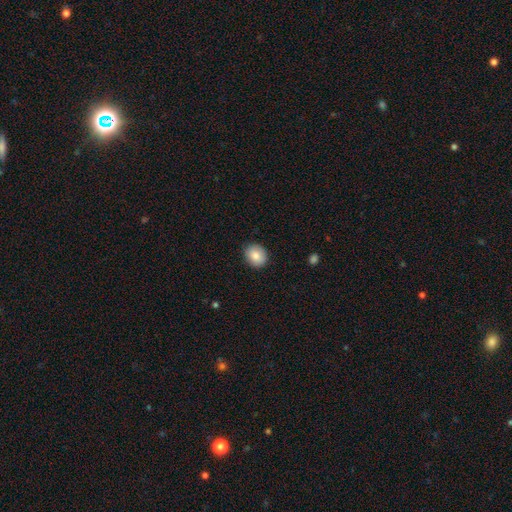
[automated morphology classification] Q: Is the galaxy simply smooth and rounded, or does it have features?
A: smooth — 83%.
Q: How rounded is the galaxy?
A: round — 73%.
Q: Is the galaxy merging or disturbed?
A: none — 88%.